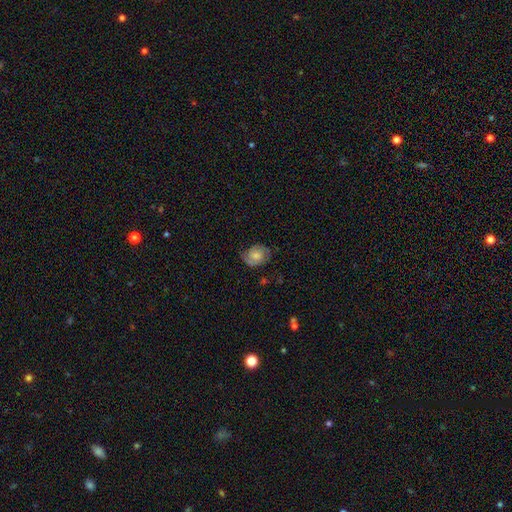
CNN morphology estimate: The model was most divided on "spiral winding": tight: 43%, medium: 42%, loose: 15%. Remaining: edge-on disk — no (97%); spiral arms — yes (90%); spiral arm count — 2 (81%); merging — none (73%); bar — no (63%); smooth or featured — featured or disk (59%); bulge size — moderate (47%).